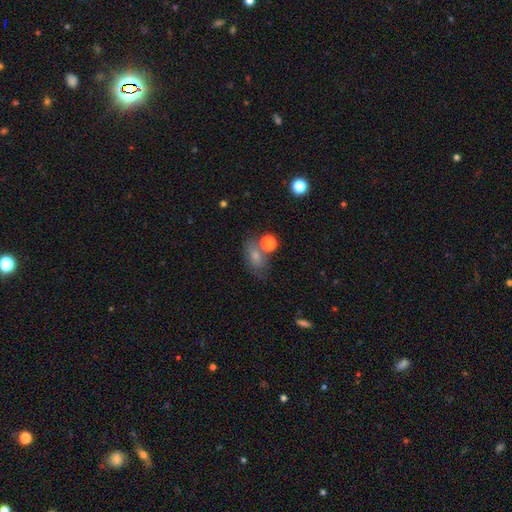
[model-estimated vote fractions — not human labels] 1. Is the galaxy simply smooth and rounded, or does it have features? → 71% smooth, 16% featured or disk, 13% star or artifact.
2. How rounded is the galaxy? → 74% in between, 22% round, 4% cigar-shaped.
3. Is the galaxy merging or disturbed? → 50% none, 21% merger, 20% minor disturbance, 10% major disturbance.